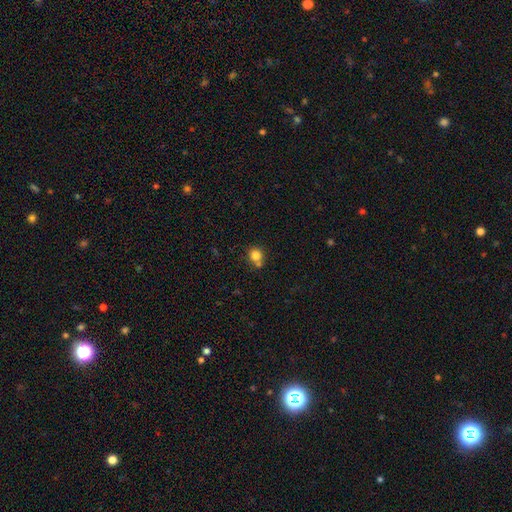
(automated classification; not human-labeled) This is clearly a smooth galaxy (81%). How rounded: clearly round (86%). Merging: likely none (61%).